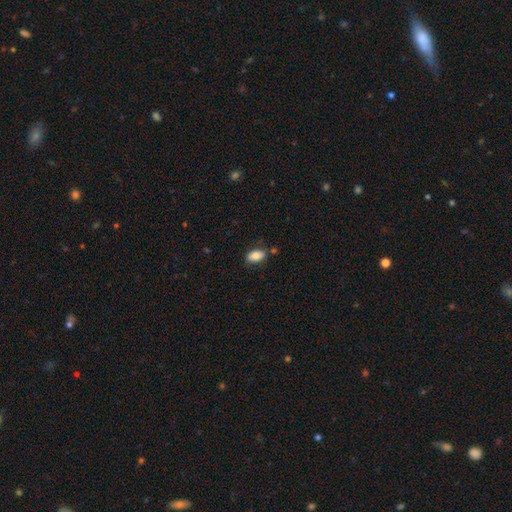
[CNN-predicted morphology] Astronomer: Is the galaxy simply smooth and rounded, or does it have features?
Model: smooth — 82%.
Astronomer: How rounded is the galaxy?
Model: in between — 92%.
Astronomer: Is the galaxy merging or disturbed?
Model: none — 76%.